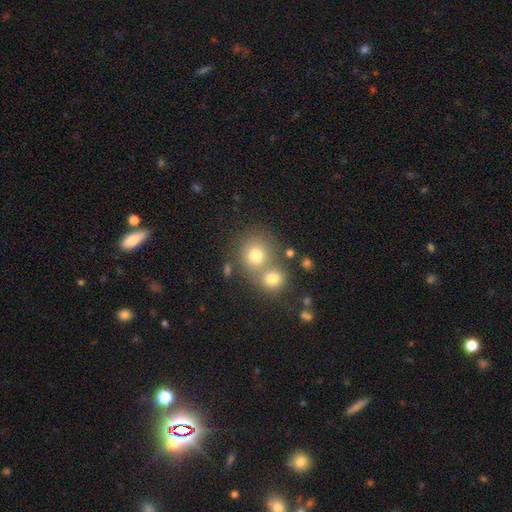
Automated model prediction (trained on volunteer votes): smooth-or-featured: smooth: 74% | star or artifact: 13% | featured or disk: 12%
  how-rounded: round: 85% | in between: 14% | cigar-shaped: 1%
  merging: none: 45% | merger: 44% | minor disturbance: 7% | major disturbance: 3%